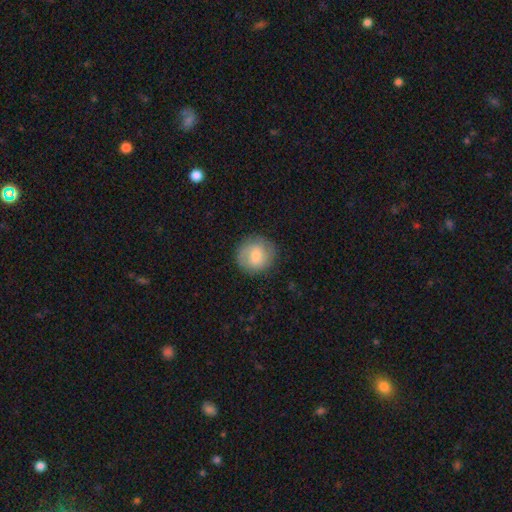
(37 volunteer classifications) Smooth or featured? 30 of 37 (81%) said smooth. How rounded? 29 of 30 (97%) said round. Merging? 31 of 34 (91%) said none.